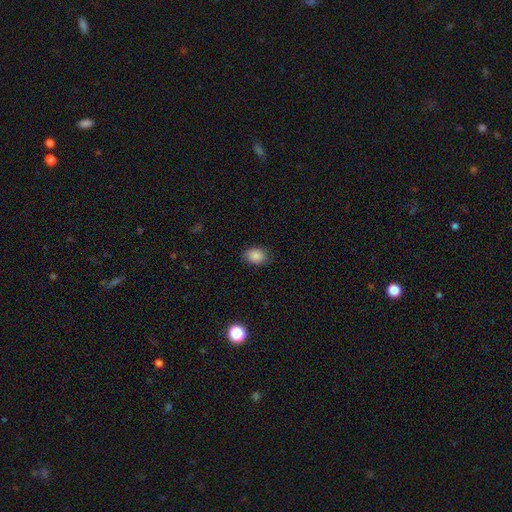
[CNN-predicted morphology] smooth_or_featured: smooth (p=0.87) [alt: star or artifact p=0.09]
how_rounded: in between (p=0.74) [alt: round p=0.25]
merging: none (p=0.84) [alt: minor disturbance p=0.12]